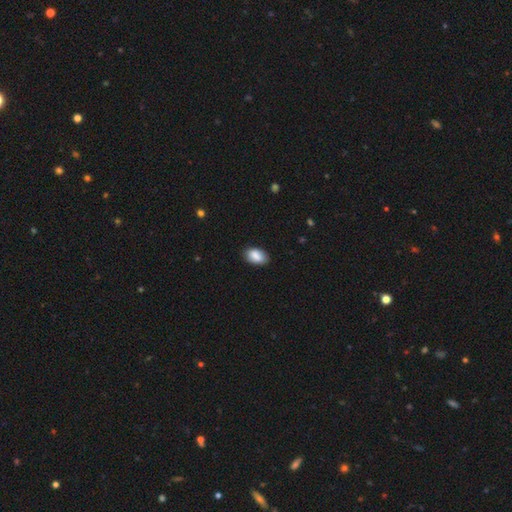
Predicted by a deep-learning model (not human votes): A smooth galaxy with no disk features (87%) that is in between round and cigar-shaped (92%). Merging: none (83%).